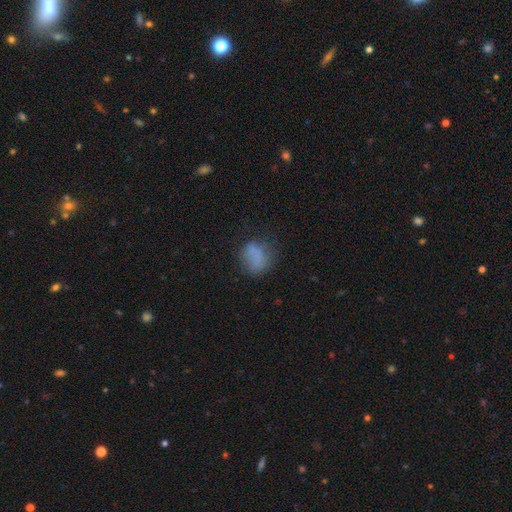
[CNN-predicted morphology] Overall: smooth (75%). How rounded: round (52%; in between 47%). Merging: none (58%; minor disturbance 25%).